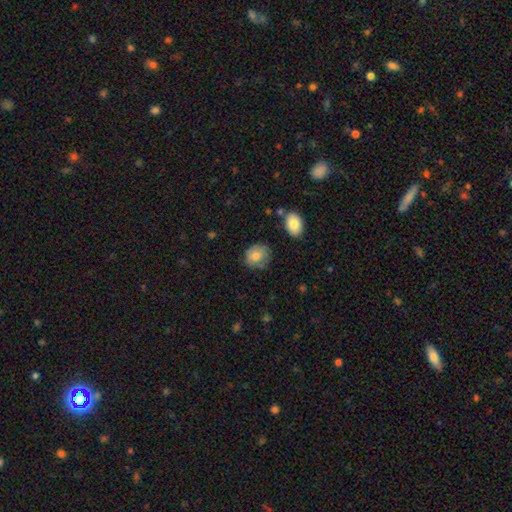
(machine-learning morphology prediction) A smooth galaxy with no disk features (79%) that is round (67%). Merging: none (65%).